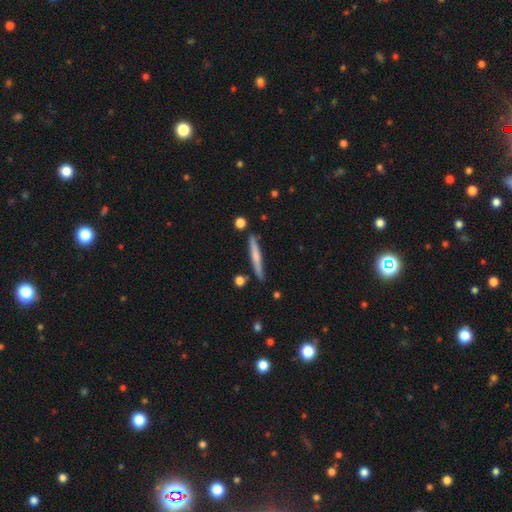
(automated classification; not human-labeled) smooth_or_featured: smooth (p=0.52) [alt: featured or disk p=0.42]
how_rounded: cigar-shaped (p=0.95) [alt: in between p=0.03]
merging: none (p=0.83) [alt: minor disturbance p=0.11]